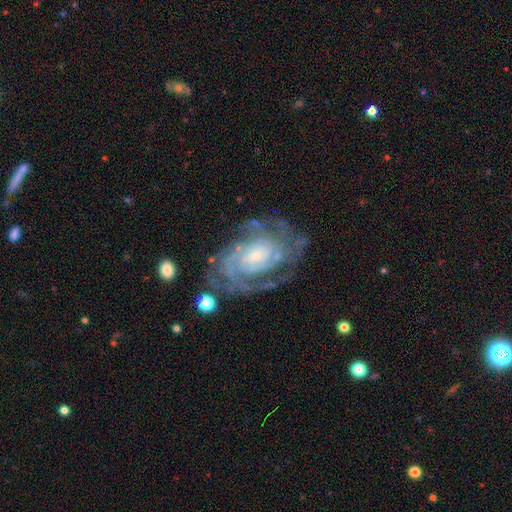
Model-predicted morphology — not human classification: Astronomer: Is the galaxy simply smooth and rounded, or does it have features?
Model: featured or disk — 89%.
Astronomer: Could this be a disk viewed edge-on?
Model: no — 97%.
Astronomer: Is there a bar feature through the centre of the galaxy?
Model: no — 67%.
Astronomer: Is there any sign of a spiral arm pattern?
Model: yes — 96%.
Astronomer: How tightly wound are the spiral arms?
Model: tight — 68%.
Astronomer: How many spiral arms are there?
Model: can't tell — 28% (runner-up: 2, 24%).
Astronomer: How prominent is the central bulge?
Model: small — 68%.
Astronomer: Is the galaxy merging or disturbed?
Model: none — 70%.